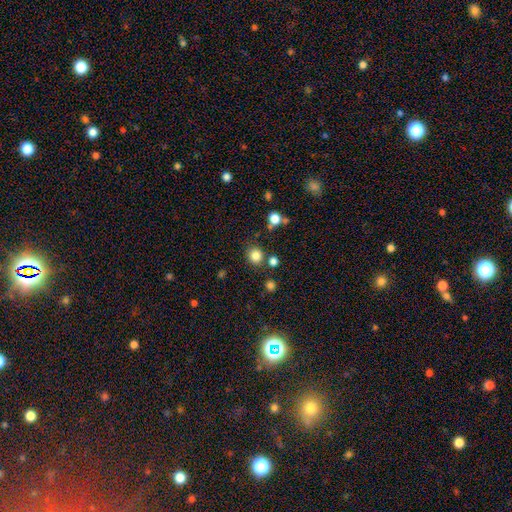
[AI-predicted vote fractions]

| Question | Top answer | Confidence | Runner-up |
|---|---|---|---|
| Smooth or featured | smooth | 82% | star or artifact (13%) |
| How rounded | round | 89% | in between (10%) |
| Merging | none | 80% | minor disturbance (9%) |